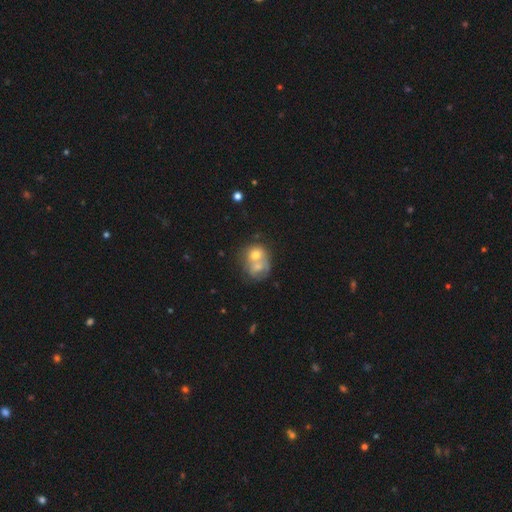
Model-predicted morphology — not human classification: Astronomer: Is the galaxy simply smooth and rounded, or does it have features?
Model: smooth — 62%.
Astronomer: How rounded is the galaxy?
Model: round — 65%.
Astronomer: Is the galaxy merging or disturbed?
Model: merger — 70%.